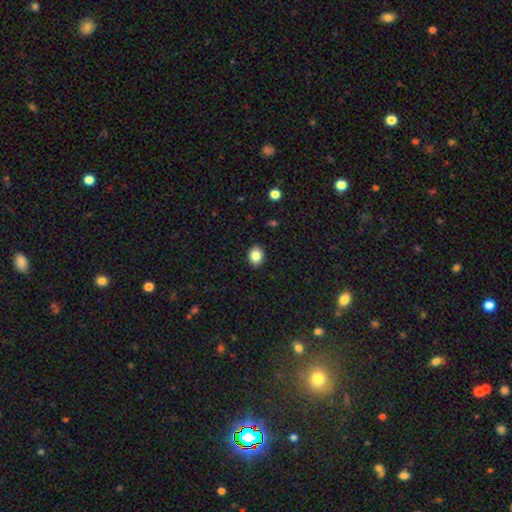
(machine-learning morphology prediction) This appears to be a smooth galaxy with no disk features (86%) that is in between round and cigar-shaped (51%). Merging: none (91%).